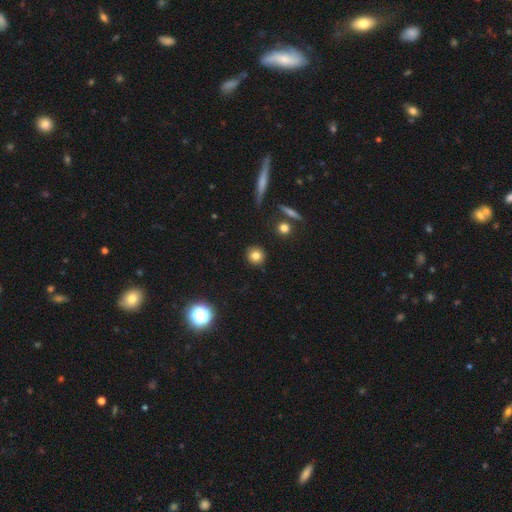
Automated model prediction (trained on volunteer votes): A smooth galaxy with no disk features (80%) that is round (91%).

Vote fractions:
- Smooth or featured? smooth: 80% / star or artifact: 13% / featured or disk: 8%
- How rounded? round: 91% / in between: 7% / cigar-shaped: 1%
- Merging? none: 90% / minor disturbance: 6% / major disturbance: 2% / merger: 2%